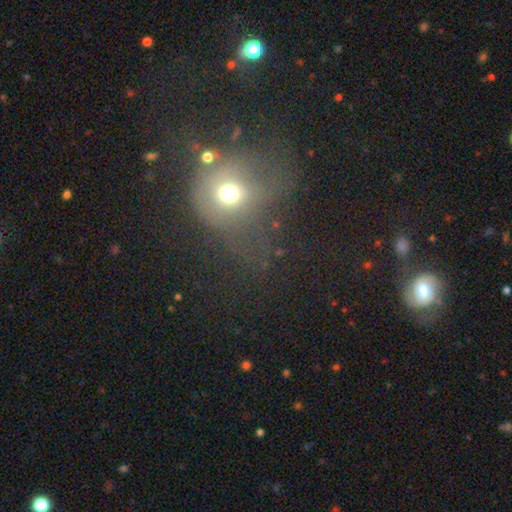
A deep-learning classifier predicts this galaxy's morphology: Smooth or featured: smooth — 50% (star or artifact — 30%)
Merging: none — 38% (major disturbance — 35%)